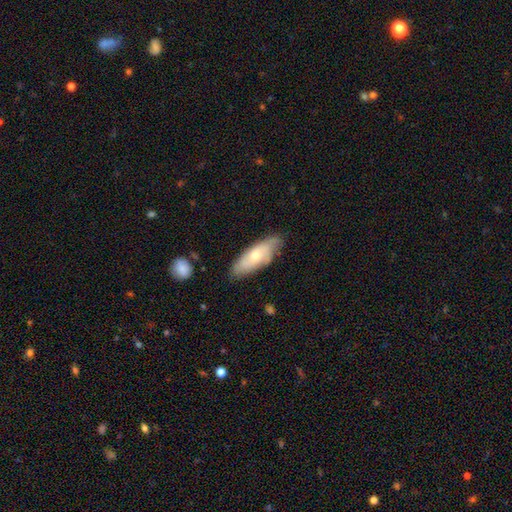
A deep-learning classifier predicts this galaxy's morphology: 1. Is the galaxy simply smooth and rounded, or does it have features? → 55% smooth, 39% featured or disk, 6% star or artifact.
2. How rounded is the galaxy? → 67% in between, 30% cigar-shaped, 2% round.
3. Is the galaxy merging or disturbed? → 73% none, 21% minor disturbance, 4% major disturbance, 2% merger.